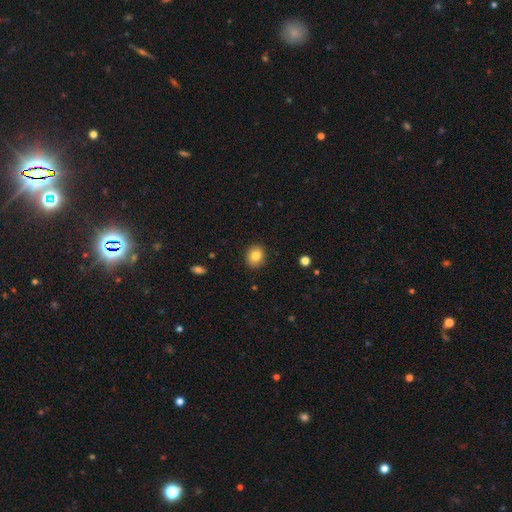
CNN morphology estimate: smooth-or-featured: smooth: 82% | star or artifact: 9% | featured or disk: 8%
  how-rounded: round: 62% | in between: 37% | cigar-shaped: 1%
  merging: none: 89% | minor disturbance: 8% | major disturbance: 2% | merger: 1%